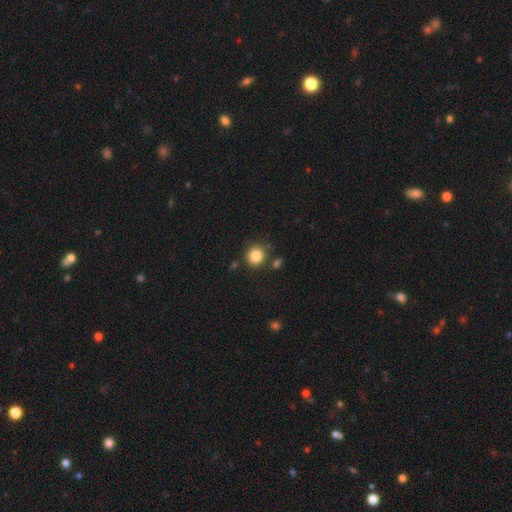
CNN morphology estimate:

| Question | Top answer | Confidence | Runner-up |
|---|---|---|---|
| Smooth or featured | smooth | 86% | star or artifact (10%) |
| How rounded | round | 87% | in between (12%) |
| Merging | none | 79% | minor disturbance (11%) |